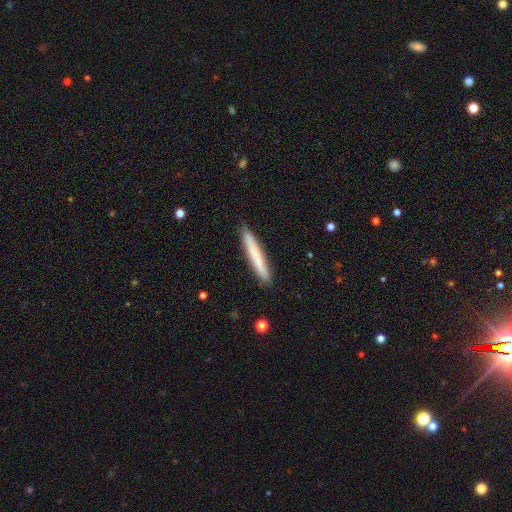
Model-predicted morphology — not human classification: Smooth or featured? smooth (70%)
How rounded? cigar-shaped (96%)
Merging? none (90%)